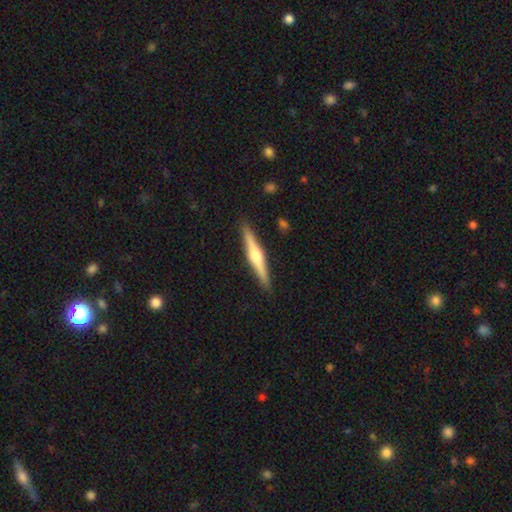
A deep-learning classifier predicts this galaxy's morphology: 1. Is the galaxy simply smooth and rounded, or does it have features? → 69% featured or disk, 26% smooth, 5% star or artifact.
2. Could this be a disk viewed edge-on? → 98% yes, 2% no.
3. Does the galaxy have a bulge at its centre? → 92% rounded, 5% boxy, 4% none.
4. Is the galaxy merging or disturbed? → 91% none, 6% minor disturbance, 1% major disturbance, 1% merger.